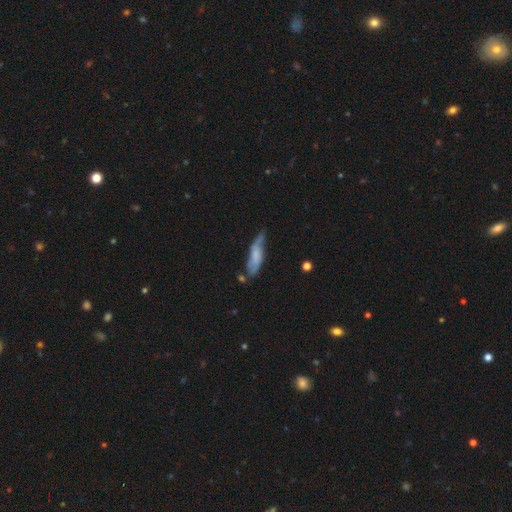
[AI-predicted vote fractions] Smooth or featured?
  - smooth: 59% *
  - featured or disk: 34%
  - star or artifact: 7%
How rounded?
  - cigar-shaped: 60% *
  - in between: 38%
  - round: 2%
Merging?
  - none: 43% *
  - minor disturbance: 36%
  - major disturbance: 14%
  - merger: 6%